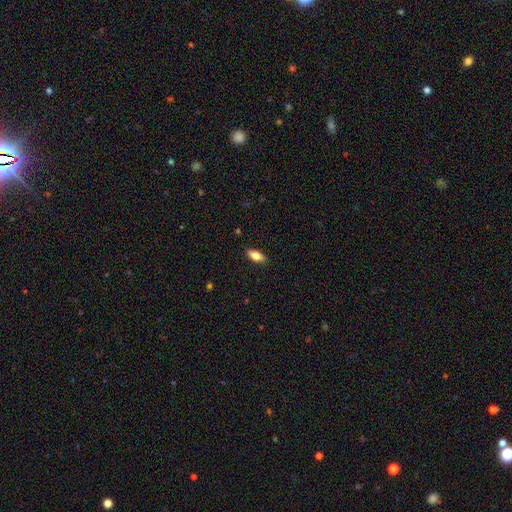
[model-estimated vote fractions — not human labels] The model was most divided on "smooth or featured": smooth: 72%, featured or disk: 21%, star or artifact: 7%. More confident: merging — none (89%); how rounded — in between (81%).